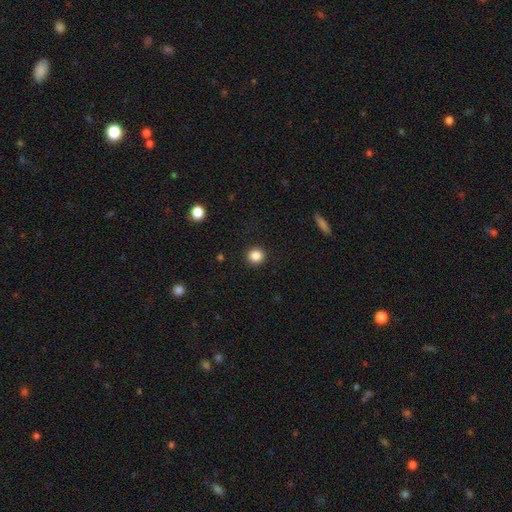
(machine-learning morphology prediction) smooth 85%, star or artifact 11%, featured or disk 4%. Down the decision tree: how rounded — round (91%); merging — none (91%).